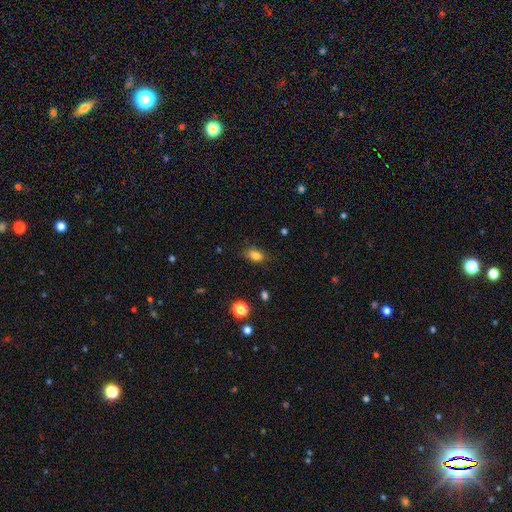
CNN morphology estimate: Q: Smooth or featured?
A: smooth (80%); runner-up: star or artifact (12%)
Q: How rounded?
A: in between (79%); runner-up: round (18%)
Q: Merging?
A: none (75%); runner-up: minor disturbance (19%)